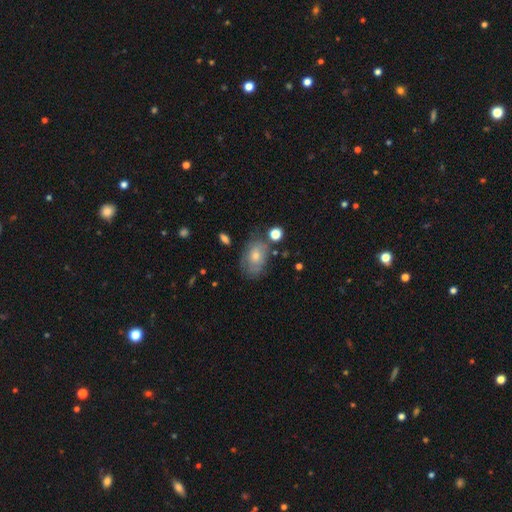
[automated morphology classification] smooth_or_featured: smooth (p=0.59) [alt: featured or disk p=0.32]
how_rounded: in between (p=0.80) [alt: round p=0.19]
merging: none (p=0.58) [alt: minor disturbance p=0.25]